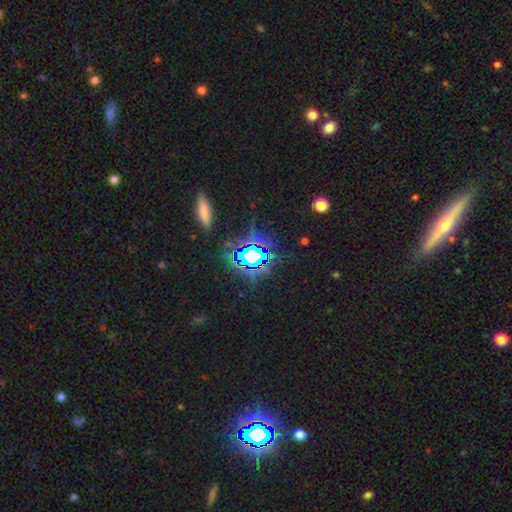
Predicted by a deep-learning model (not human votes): This appears to be a star or artifact, not a galaxy (75%).